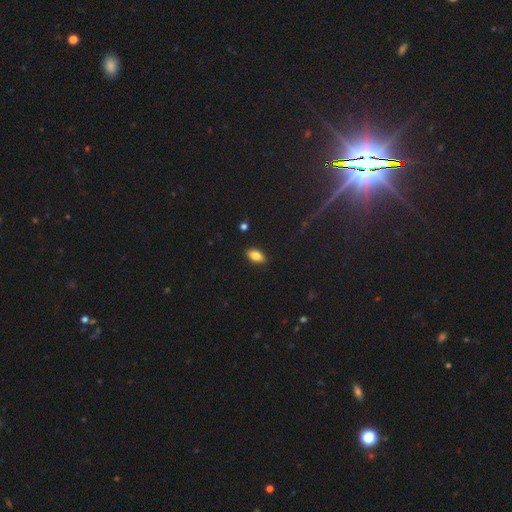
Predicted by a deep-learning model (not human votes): smooth-or-featured: smooth: 83% | featured or disk: 8% | star or artifact: 8%
  how-rounded: in between: 91% | cigar-shaped: 5% | round: 4%
  merging: none: 88% | minor disturbance: 9% | major disturbance: 2% | merger: 1%